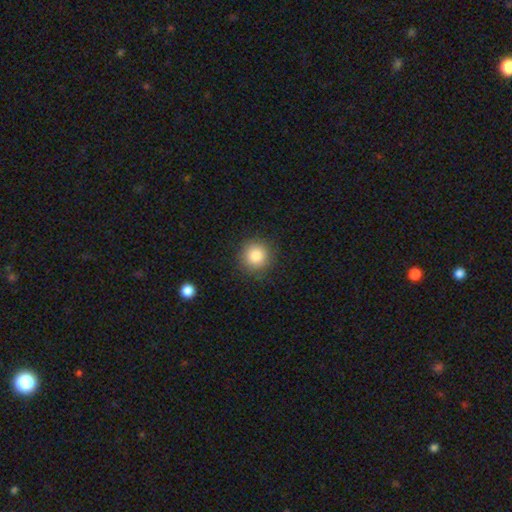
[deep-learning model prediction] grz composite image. It shows a smooth galaxy with no disk features (84%) that is round (94%). Merging: none (89%).